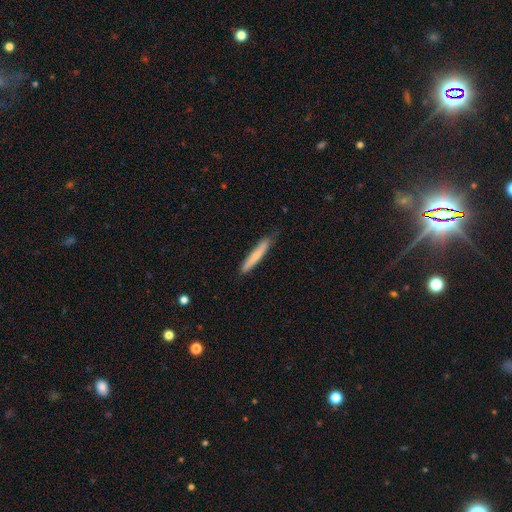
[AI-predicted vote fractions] The model was most divided on "smooth or featured": smooth: 67%, featured or disk: 27%, star or artifact: 6%. More confident: how rounded — cigar-shaped (94%); merging — none (81%).